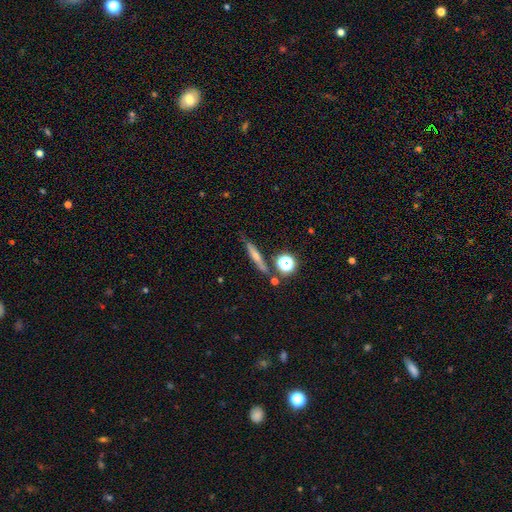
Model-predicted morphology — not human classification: A featured or disk galaxy (55%) viewed edge-on (92%) with a rounded central bulge (74%).

Vote fractions:
- Smooth or featured? featured or disk: 55% / smooth: 29% / star or artifact: 16%
- Edge-on disk? yes: 92% / no: 8%
- Edge-on bulge? rounded: 74% / none: 19% / boxy: 7%
- Merging? none: 81% / minor disturbance: 10% / merger: 5% / major disturbance: 3%